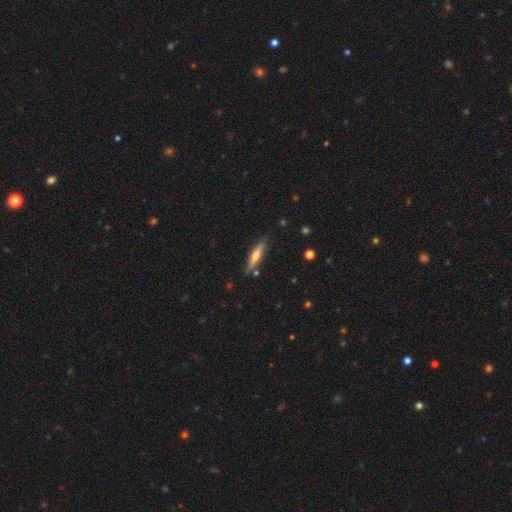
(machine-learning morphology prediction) Smooth or featured? Predicted: smooth (p=0.50). Merging? Predicted: none (p=0.83).